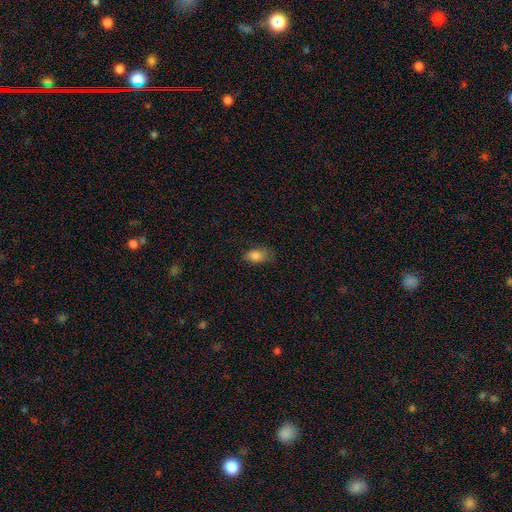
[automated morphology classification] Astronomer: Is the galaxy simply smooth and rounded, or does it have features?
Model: smooth — 83%.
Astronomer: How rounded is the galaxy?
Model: in between — 86%.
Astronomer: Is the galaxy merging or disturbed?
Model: none — 72%.